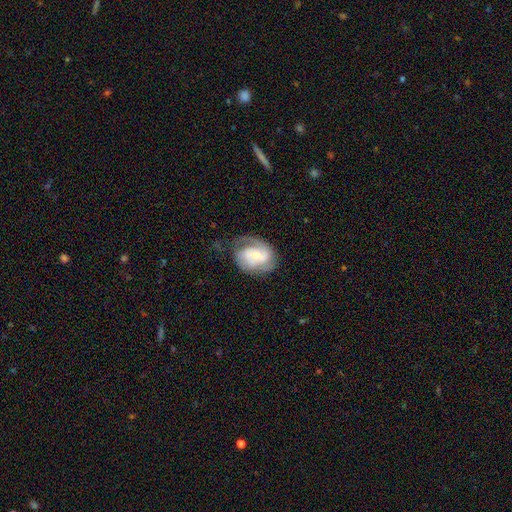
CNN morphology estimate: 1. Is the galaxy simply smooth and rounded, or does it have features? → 76% featured or disk, 18% smooth, 6% star or artifact.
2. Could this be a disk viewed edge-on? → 97% no, 3% yes.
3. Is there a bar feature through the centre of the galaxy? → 45% no, 41% weak, 14% strong.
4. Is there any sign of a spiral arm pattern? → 92% yes, 8% no.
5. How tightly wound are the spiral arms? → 45% medium, 36% tight, 19% loose.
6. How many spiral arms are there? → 62% 2, 14% can't tell, 12% 1, 8% 3, 2% 4, 2% more than 4.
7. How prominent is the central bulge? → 49% small, 44% moderate, 4% large, 2% none, 1% dominant.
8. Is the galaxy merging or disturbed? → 57% none, 25% minor disturbance, 16% major disturbance, 2% merger.